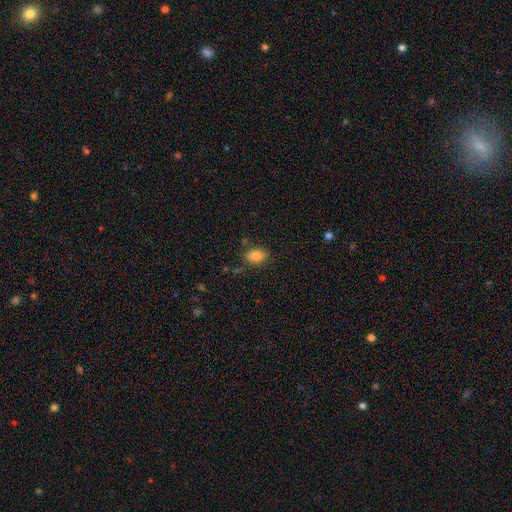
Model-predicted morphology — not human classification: This is clearly a smooth galaxy (85%). How rounded: clearly in between (82%). Merging: clearly none (80%).